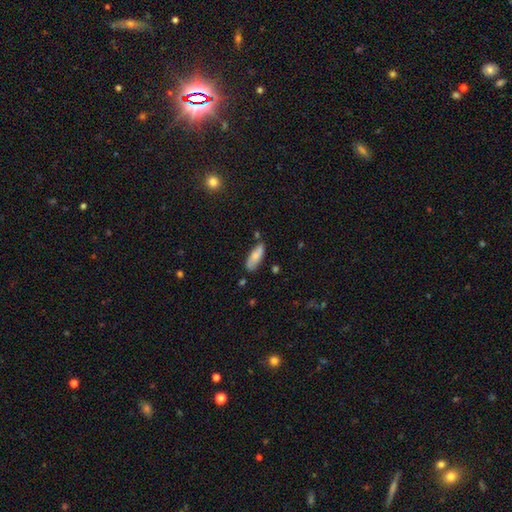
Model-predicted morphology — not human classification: smooth-or-featured: smooth: 77% | featured or disk: 16% | star or artifact: 6%
  how-rounded: in between: 63% | cigar-shaped: 35% | round: 2%
  merging: none: 67% | minor disturbance: 23% | merger: 6% | major disturbance: 4%